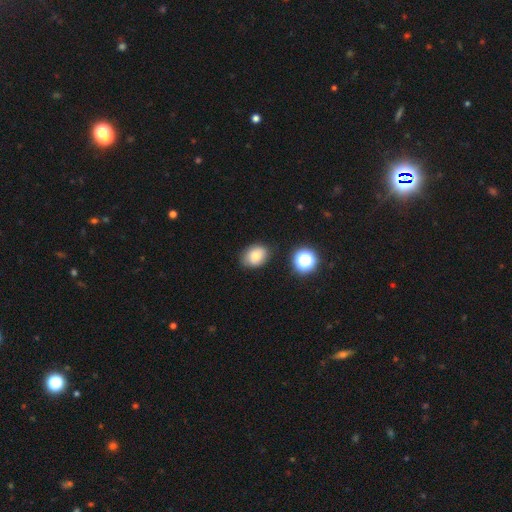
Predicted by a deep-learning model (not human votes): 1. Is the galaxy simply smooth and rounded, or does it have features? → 78% smooth, 12% star or artifact, 11% featured or disk.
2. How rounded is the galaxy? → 62% in between, 37% round, 1% cigar-shaped.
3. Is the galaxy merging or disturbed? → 78% none, 16% minor disturbance, 3% major disturbance, 3% merger.